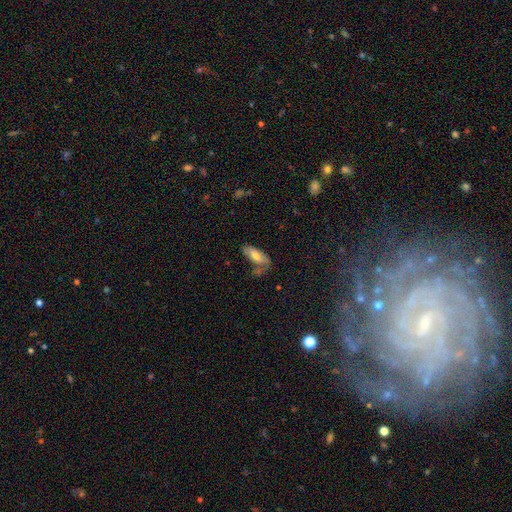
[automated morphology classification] smooth_or_featured: smooth (p=0.67) [alt: featured or disk p=0.26]
how_rounded: in between (p=0.79) [alt: cigar-shaped p=0.19]
merging: none (p=0.52) [alt: minor disturbance p=0.25]